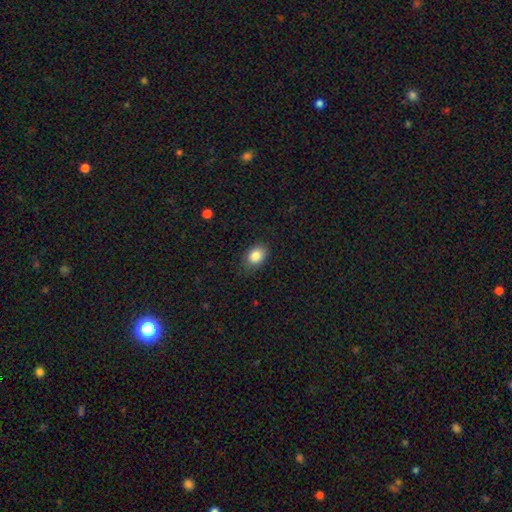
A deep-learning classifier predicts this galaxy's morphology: A smooth galaxy with no disk features (86%) that is in between round and cigar-shaped (74%).

Vote fractions:
- Smooth or featured? smooth: 86% / star or artifact: 8% / featured or disk: 6%
- How rounded? in between: 74% / round: 25% / cigar-shaped: 1%
- Merging? none: 83% / minor disturbance: 13% / major disturbance: 3% / merger: 1%